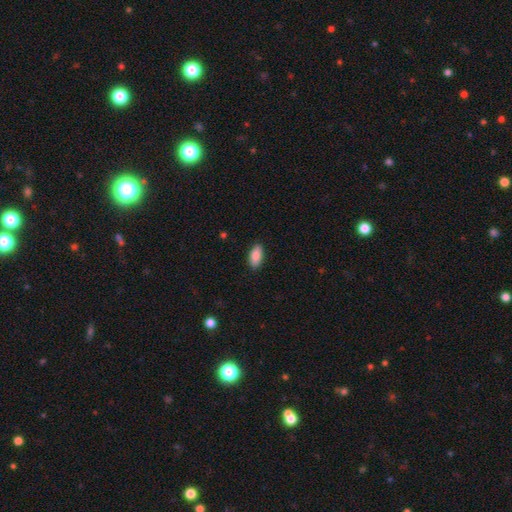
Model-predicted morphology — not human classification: smooth-or-featured: smooth: 88% | star or artifact: 6% | featured or disk: 5%
  how-rounded: in between: 89% | cigar-shaped: 8% | round: 2%
  merging: none: 88% | minor disturbance: 9% | major disturbance: 2% | merger: 1%